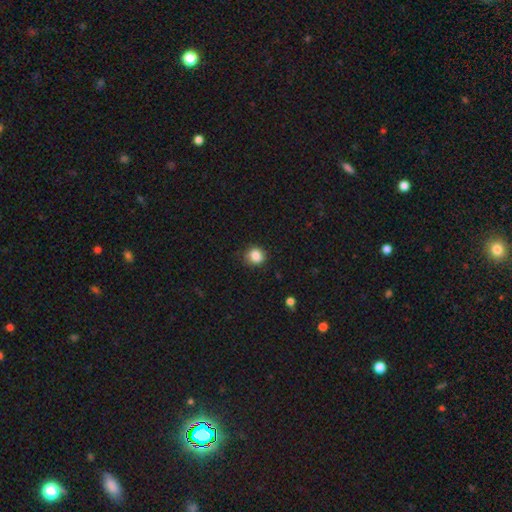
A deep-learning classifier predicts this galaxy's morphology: Smooth or featured? Predicted: smooth (p=0.85). How rounded? Predicted: round (p=0.76). Merging? Predicted: none (p=0.78).